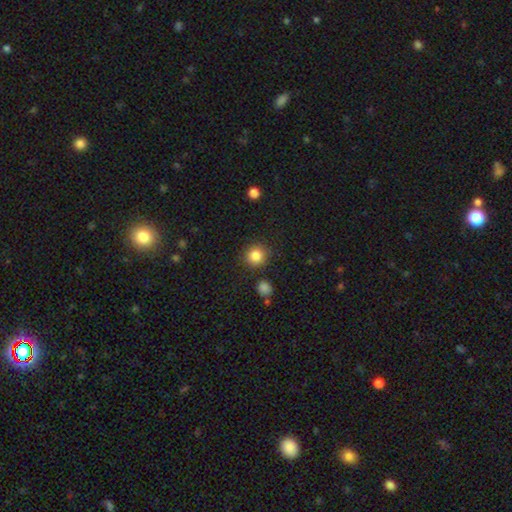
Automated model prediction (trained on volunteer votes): A smooth galaxy with no disk features (85%) that is round (91%).

Vote fractions:
- Smooth or featured? smooth: 85% / star or artifact: 10% / featured or disk: 5%
- How rounded? round: 91% / in between: 8% / cigar-shaped: 1%
- Merging? none: 87% / minor disturbance: 7% / merger: 3% / major disturbance: 3%